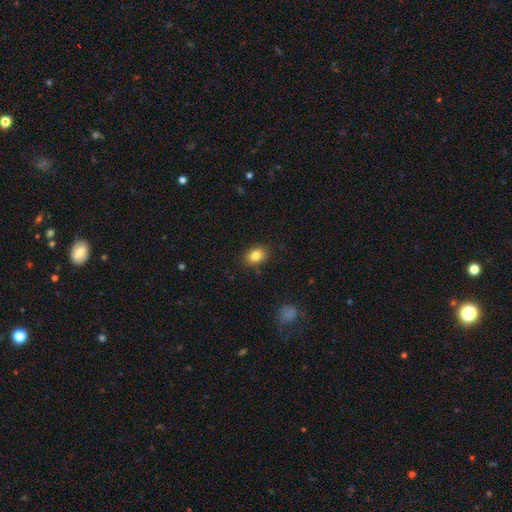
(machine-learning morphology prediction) A smooth galaxy with no disk features (83%) that is in between round and cigar-shaped (63%). Merging: none (85%).